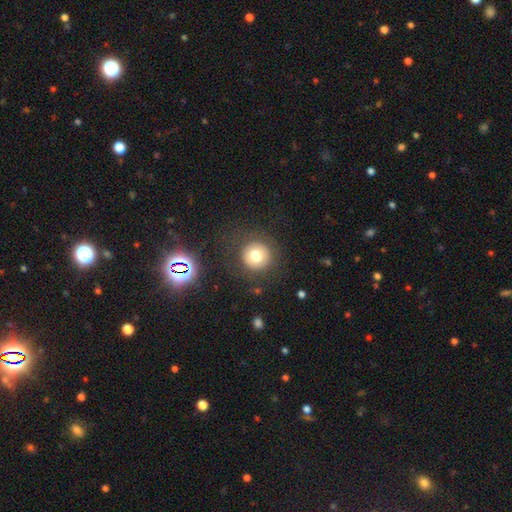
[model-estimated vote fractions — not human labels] Smooth or featured? Predicted: smooth (p=0.73). How rounded? Predicted: round (p=0.95). Merging? Predicted: none (p=0.84).